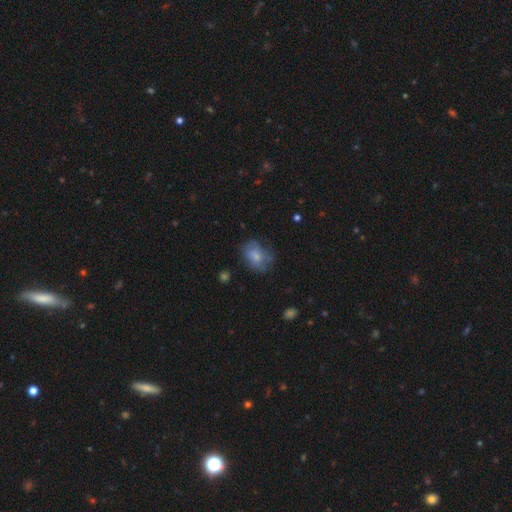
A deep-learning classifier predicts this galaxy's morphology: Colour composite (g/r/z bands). It shows a smooth galaxy with no disk features (66%) that is in between round and cigar-shaped (70%). Merging: none (54%).